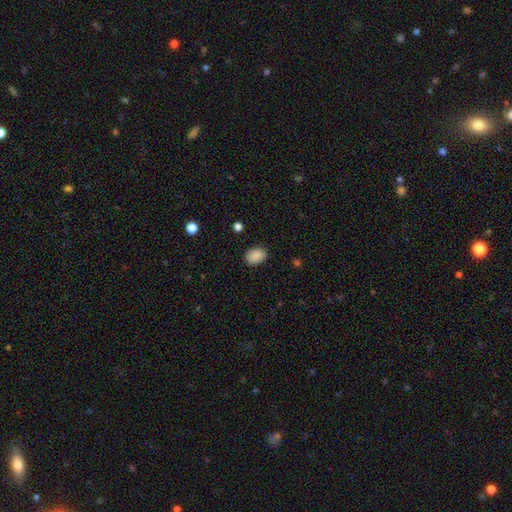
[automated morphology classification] Smooth or featured? smooth (89%)
How rounded? in between (77%)
Merging? none (85%)